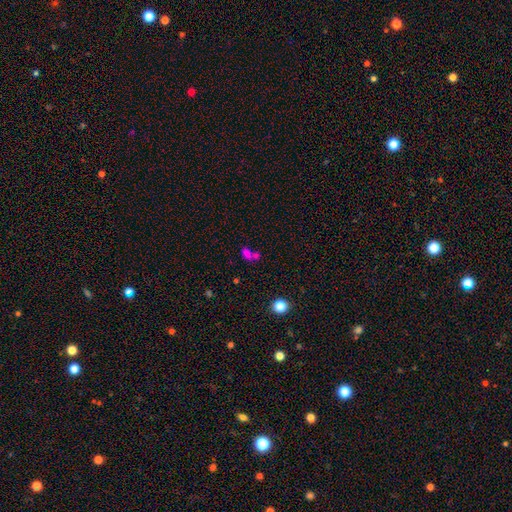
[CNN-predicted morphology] Q: Smooth or featured?
A: smooth (68%); runner-up: star or artifact (20%)
Q: How rounded?
A: in between (64%); runner-up: round (32%)
Q: Merging?
A: merger (52%); runner-up: none (34%)